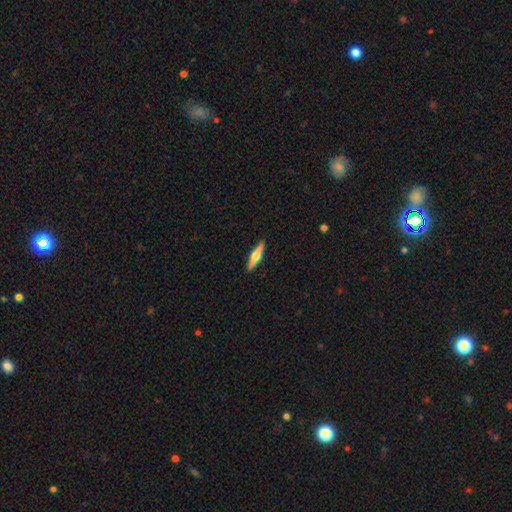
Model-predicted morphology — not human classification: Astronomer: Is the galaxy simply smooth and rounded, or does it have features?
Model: featured or disk — 65%.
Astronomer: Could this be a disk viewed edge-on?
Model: yes — 97%.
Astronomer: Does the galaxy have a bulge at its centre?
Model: rounded — 94%.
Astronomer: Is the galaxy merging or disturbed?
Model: none — 92%.